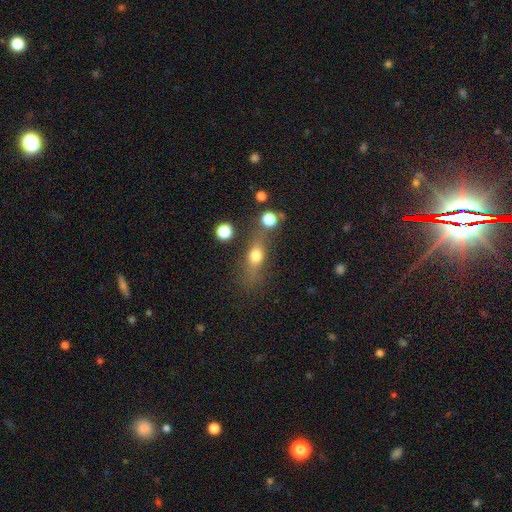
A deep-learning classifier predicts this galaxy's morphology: smooth 63%, featured or disk 23%, star or artifact 14%. Down the decision tree: how rounded — in between (47%); merging — none (58%).